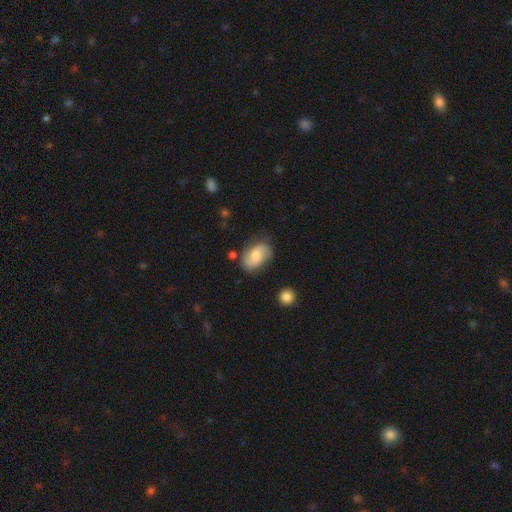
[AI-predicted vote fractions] This appears to be a featured or disk galaxy (46%, tied with smooth). Merging: none (69%).